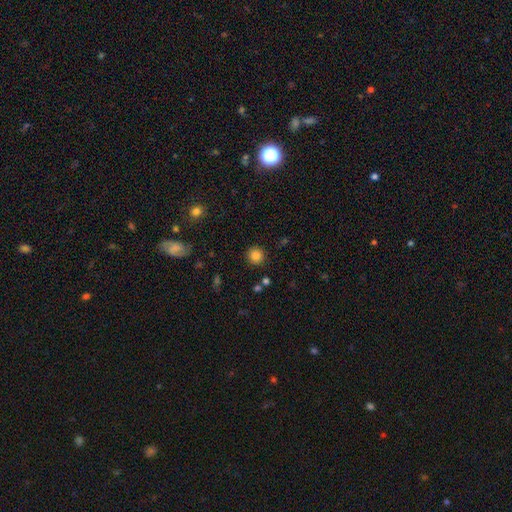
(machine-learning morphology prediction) smooth_or_featured: smooth (p=0.84) [alt: star or artifact p=0.11]
how_rounded: round (p=0.94) [alt: in between p=0.05]
merging: none (p=0.90) [alt: minor disturbance p=0.06]